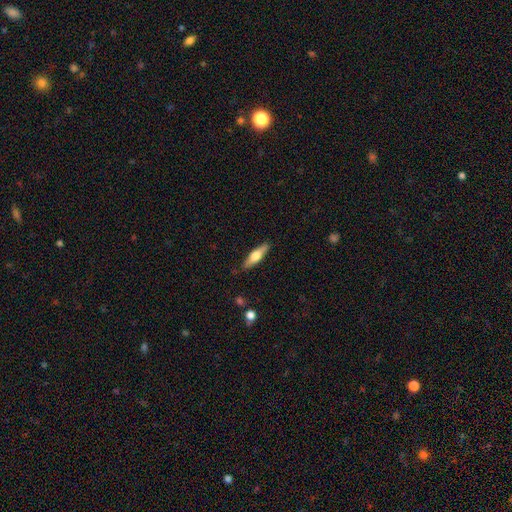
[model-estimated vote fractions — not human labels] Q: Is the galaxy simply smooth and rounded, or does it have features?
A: smooth — 51%.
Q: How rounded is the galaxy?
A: cigar-shaped — 64%.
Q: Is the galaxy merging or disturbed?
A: none — 87%.